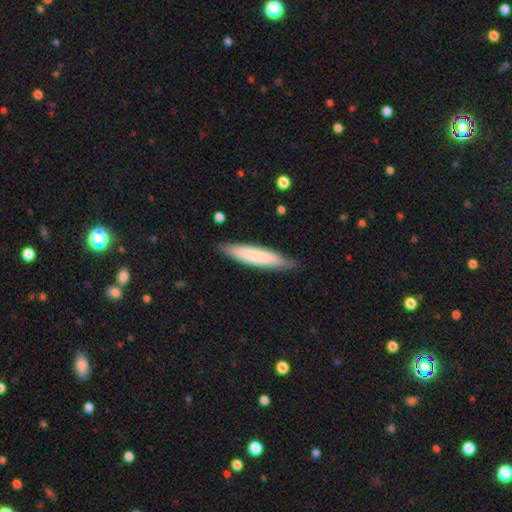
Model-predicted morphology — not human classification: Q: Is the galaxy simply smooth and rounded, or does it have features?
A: smooth — 75%.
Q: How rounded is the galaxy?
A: cigar-shaped — 85%.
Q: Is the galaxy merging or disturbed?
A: none — 85%.